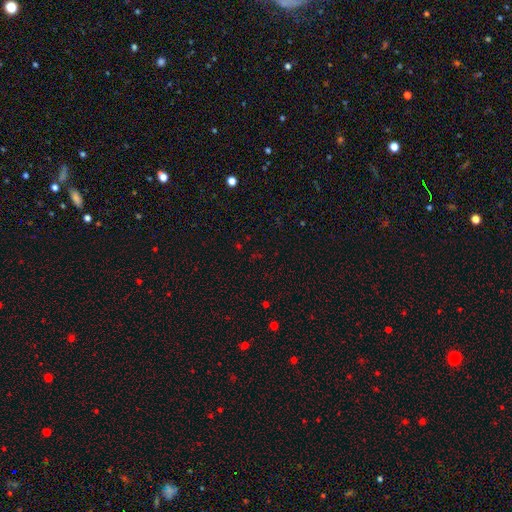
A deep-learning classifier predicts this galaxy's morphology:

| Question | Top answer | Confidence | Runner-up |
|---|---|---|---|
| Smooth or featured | star or artifact | 67% | smooth (25%) |